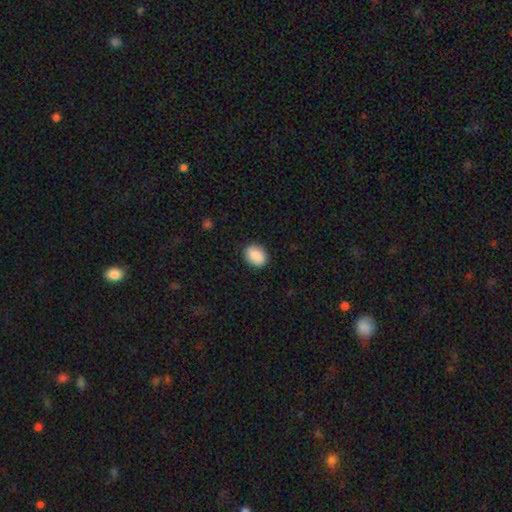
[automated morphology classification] Overall: smooth (88%). How rounded: in between (54%; round 45%). Merging: none (88%).